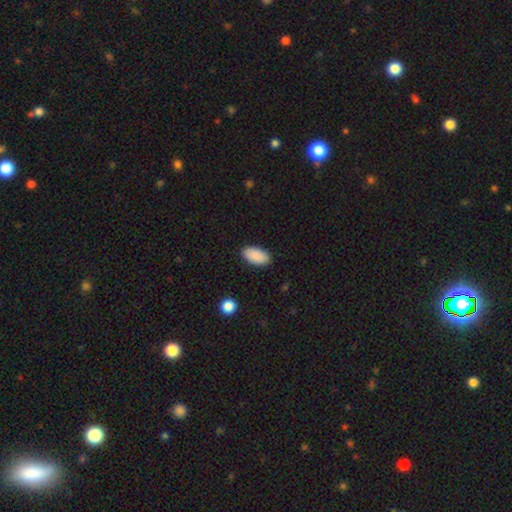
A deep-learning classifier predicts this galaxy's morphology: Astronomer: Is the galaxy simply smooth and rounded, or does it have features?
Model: smooth — 91%.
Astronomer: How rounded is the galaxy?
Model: in between — 95%.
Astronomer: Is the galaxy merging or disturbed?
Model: none — 89%.